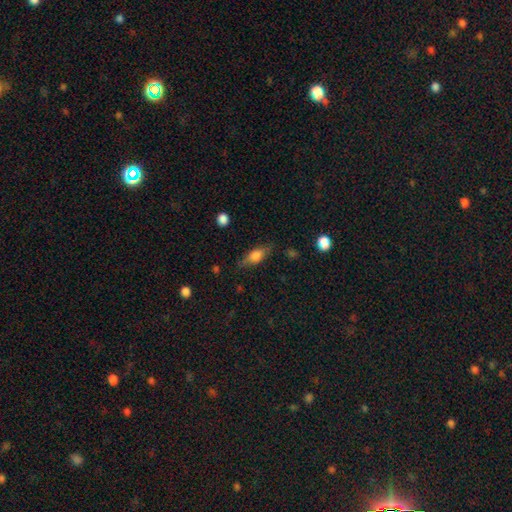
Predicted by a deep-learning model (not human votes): Smooth or featured: smooth — 67% (featured or disk — 25%)
How rounded: in between — 71% (cigar-shaped — 24%)
Merging: none — 74% (minor disturbance — 19%)